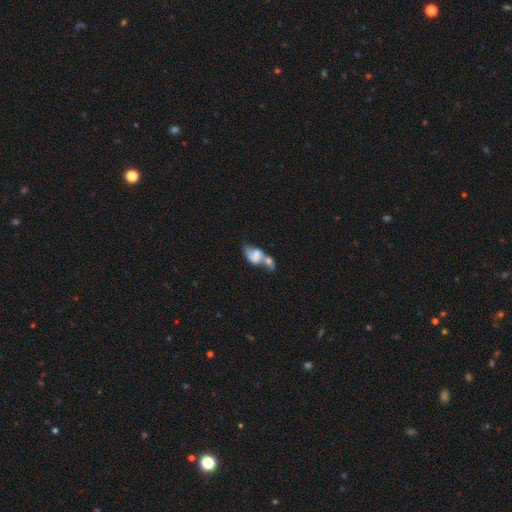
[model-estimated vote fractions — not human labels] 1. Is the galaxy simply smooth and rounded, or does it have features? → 50% featured or disk, 40% smooth, 9% star or artifact.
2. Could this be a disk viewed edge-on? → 95% no, 5% yes.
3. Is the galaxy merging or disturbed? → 66% merger, 14% none, 11% major disturbance, 8% minor disturbance.